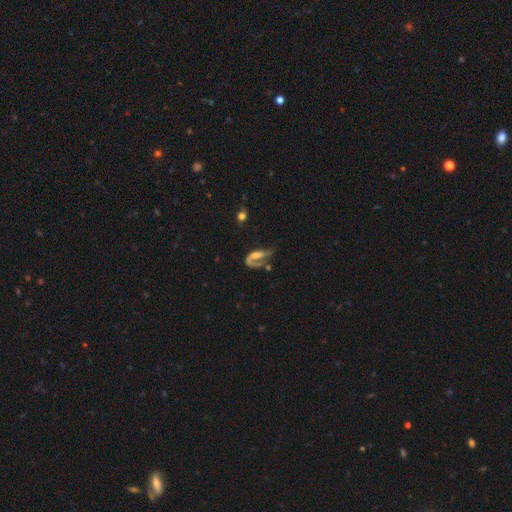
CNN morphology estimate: Smooth or featured? Predicted: featured or disk (p=0.62). Edge-on disk? Predicted: no (p=0.91). Bar? Predicted: no (p=0.58). Spiral arms? Predicted: yes (p=0.70). Bulge size? Predicted: moderate (p=0.31). Merging? Predicted: major disturbance (p=0.42).